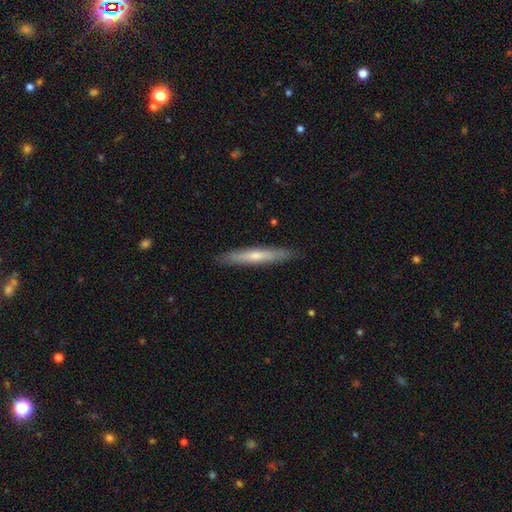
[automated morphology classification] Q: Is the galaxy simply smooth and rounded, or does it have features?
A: smooth — 51%.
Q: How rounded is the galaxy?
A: cigar-shaped — 94%.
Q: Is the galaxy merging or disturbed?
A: none — 90%.